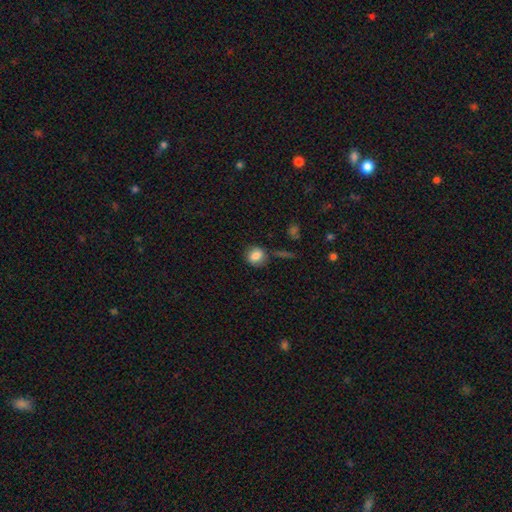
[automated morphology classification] This appears to be a smooth galaxy with no disk features (83%) that is round (63%). Merging: none (71%).